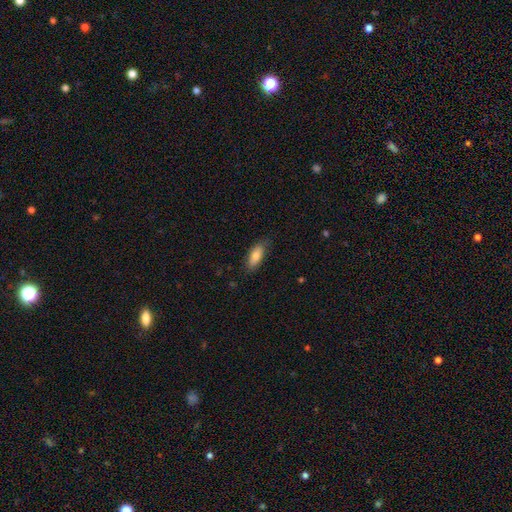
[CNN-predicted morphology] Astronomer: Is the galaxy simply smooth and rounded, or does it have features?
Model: smooth — 76%.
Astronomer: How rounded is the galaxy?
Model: in between — 74%.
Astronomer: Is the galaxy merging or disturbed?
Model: none — 77%.